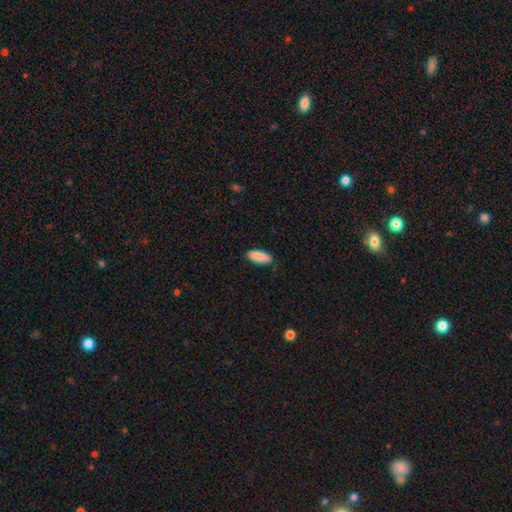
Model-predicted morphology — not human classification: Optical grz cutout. It shows a smooth galaxy with no disk features (90%) that is in between round and cigar-shaped (78%). Merging: none (85%).